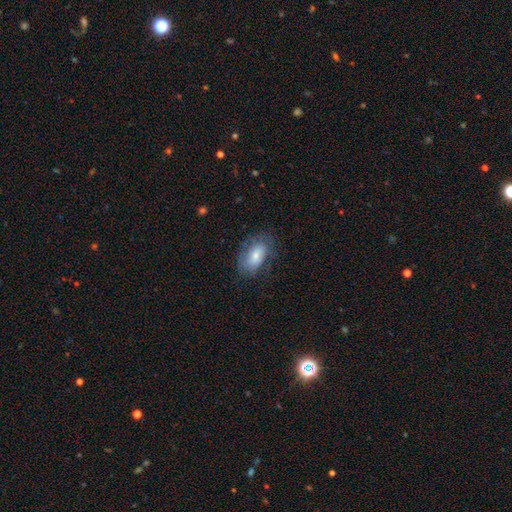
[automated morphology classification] Smooth or featured: smooth — 70% (featured or disk — 22%)
How rounded: in between — 90% (round — 7%)
Merging: none — 66% (minor disturbance — 23%)